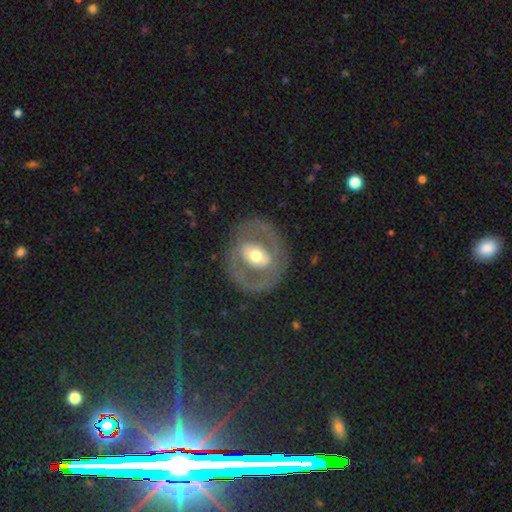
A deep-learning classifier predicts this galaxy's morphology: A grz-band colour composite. It shows a featured or disk galaxy (67%) with no bar (40%), no spiral arms (65%) and a moderate central bulge (66%). Merging: none (78%).